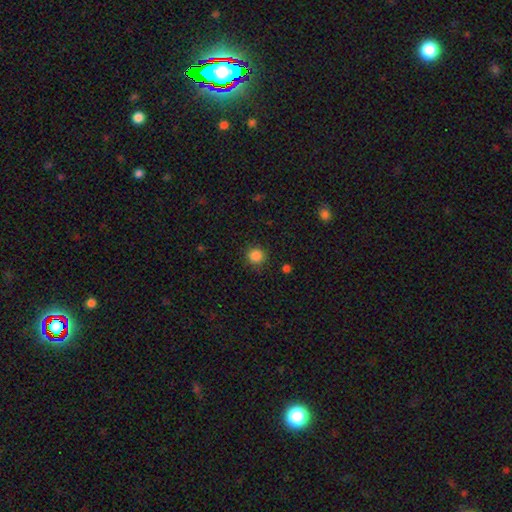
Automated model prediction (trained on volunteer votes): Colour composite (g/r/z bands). It shows a smooth galaxy with no disk features (85%) that is round (94%). Merging: none (88%).